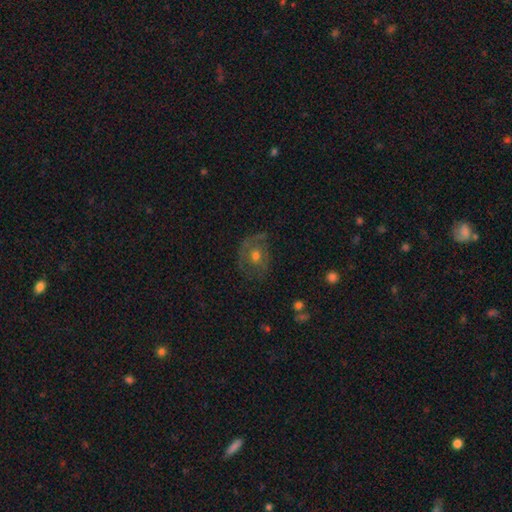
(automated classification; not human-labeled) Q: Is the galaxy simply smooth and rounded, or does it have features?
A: featured or disk — 52%.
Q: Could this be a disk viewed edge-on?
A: no — 95%.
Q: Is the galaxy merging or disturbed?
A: none — 63%.